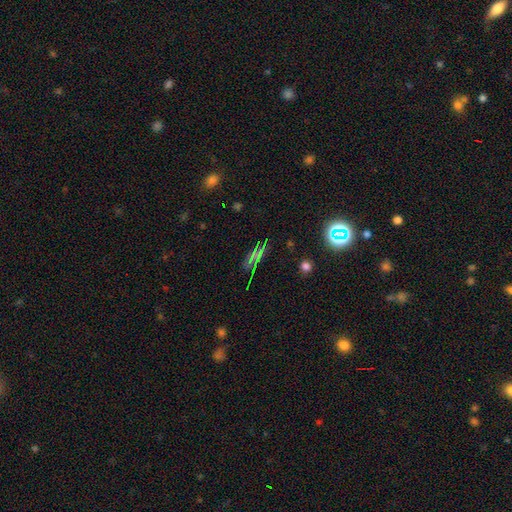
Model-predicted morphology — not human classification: Smooth or featured?
  - smooth: 48% *
  - star or artifact: 39%
  - featured or disk: 14%
Merging?
  - none: 75% *
  - minor disturbance: 15%
  - major disturbance: 7%
  - merger: 4%